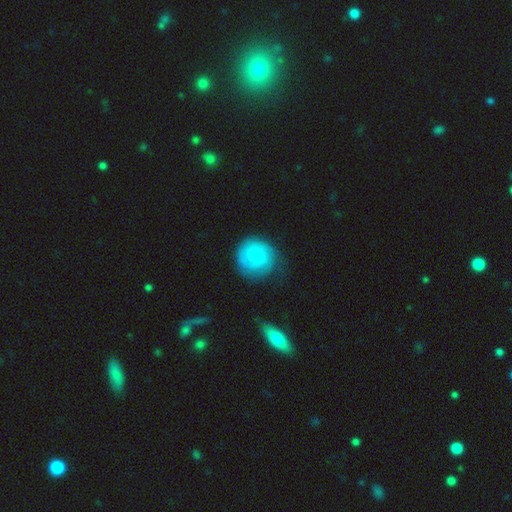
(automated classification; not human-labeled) This appears to be a smooth galaxy with no disk features (56%) that is round (88%). Merging: none (65%).